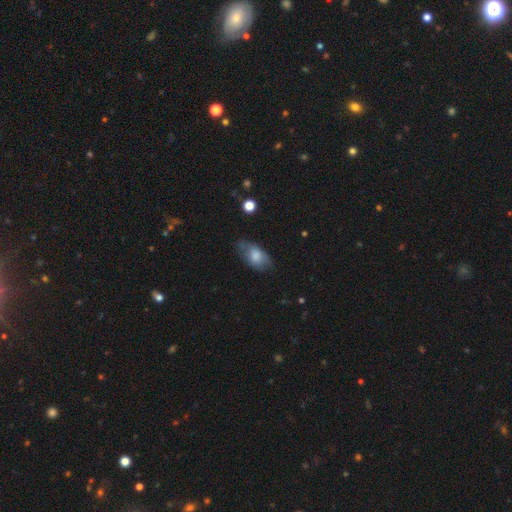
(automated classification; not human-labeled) smooth_or_featured: smooth (p=0.71) [alt: featured or disk p=0.21]
how_rounded: in between (p=0.90) [alt: round p=0.06]
merging: none (p=0.55) [alt: minor disturbance p=0.31]